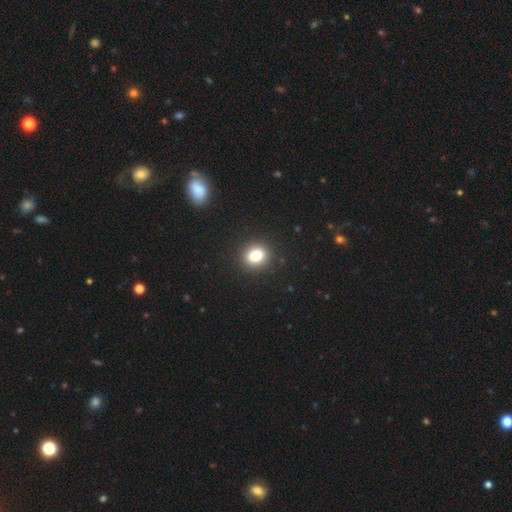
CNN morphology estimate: A smooth galaxy with no disk features (81%) that is round (70%).

Vote fractions:
- Smooth or featured? smooth: 81% / star or artifact: 12% / featured or disk: 8%
- How rounded? round: 70% / in between: 29% / cigar-shaped: 1%
- Merging? none: 91% / minor disturbance: 6% / major disturbance: 2% / merger: 1%